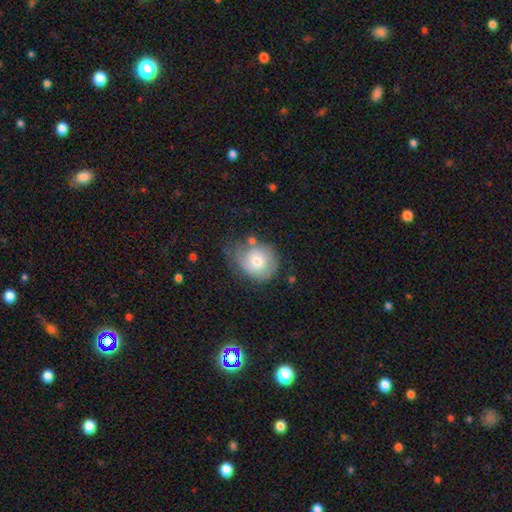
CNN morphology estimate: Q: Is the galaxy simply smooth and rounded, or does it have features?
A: smooth — 50%.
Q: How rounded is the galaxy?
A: round — 78%.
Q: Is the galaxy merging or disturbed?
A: none — 49%.